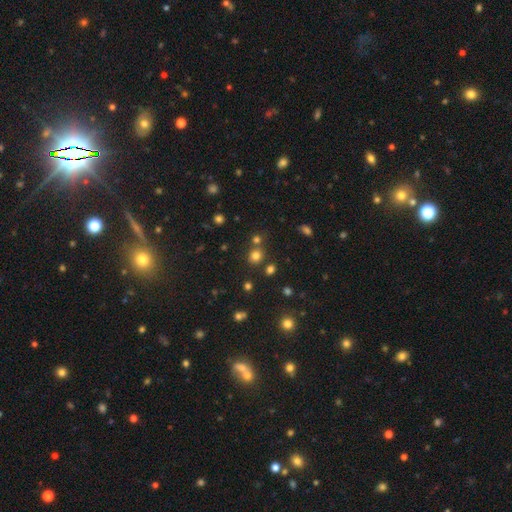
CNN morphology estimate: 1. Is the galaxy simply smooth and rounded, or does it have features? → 74% smooth, 20% star or artifact, 6% featured or disk.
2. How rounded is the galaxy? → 81% round, 18% in between, 1% cigar-shaped.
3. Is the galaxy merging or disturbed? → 74% none, 14% merger, 9% minor disturbance, 3% major disturbance.